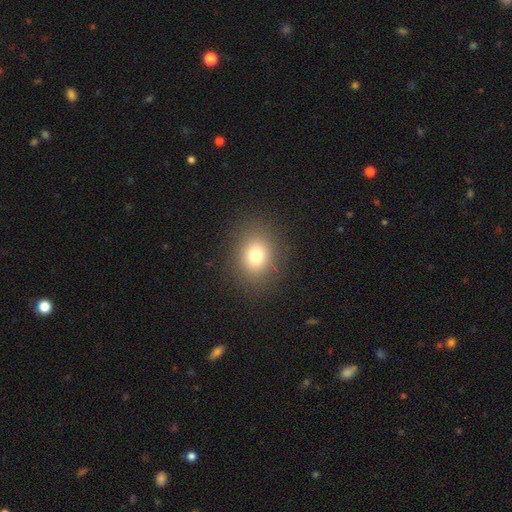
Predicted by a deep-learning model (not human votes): Smooth or featured: smooth — 75% (star or artifact — 15%)
How rounded: round — 60% (in between — 39%)
Merging: none — 87% (minor disturbance — 8%)